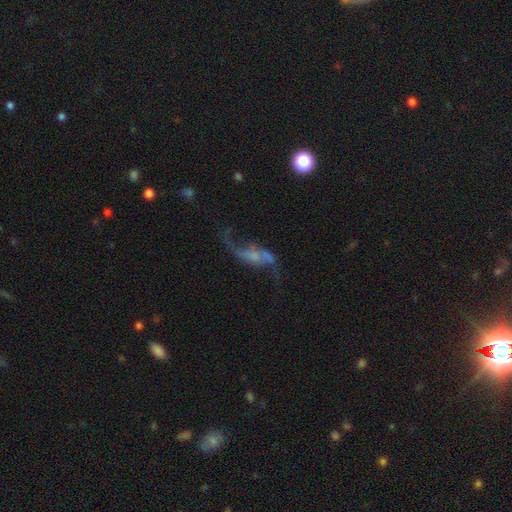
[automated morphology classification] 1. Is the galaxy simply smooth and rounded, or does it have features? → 79% featured or disk, 11% smooth, 10% star or artifact.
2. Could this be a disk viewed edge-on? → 90% no, 10% yes.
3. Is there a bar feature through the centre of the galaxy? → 52% no, 33% weak, 15% strong.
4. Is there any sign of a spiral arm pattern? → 88% yes, 12% no.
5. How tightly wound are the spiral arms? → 92% loose, 6% medium, 2% tight.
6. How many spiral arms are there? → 91% 2, 4% 1, 2% can't tell, 1% 3, 1% 4, 1% more than 4.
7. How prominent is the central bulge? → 45% none, 34% small, 15% moderate, 4% large, 2% dominant.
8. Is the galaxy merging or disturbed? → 53% none, 23% major disturbance, 17% minor disturbance, 7% merger.